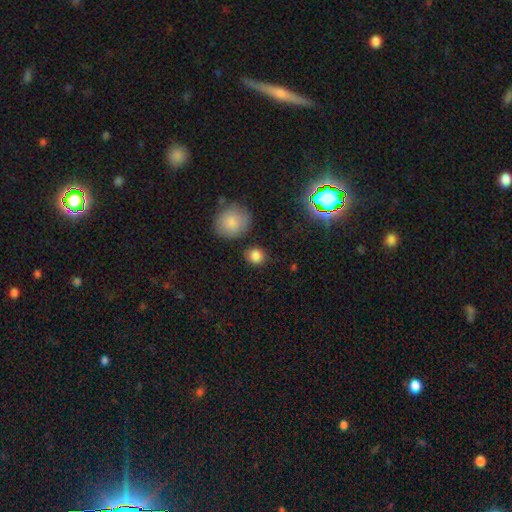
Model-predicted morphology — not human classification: This appears to be a smooth galaxy with no disk features (84%) that is round (82%). Merging: none (82%).